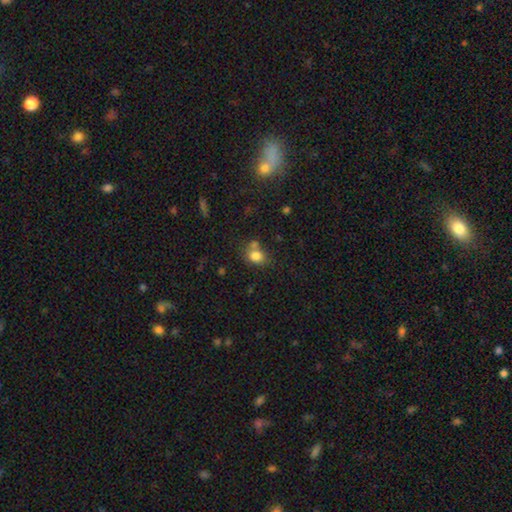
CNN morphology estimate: Overall: smooth (80%). How rounded: round (54%; in between 45%). Merging: none (51%; merger 29%).